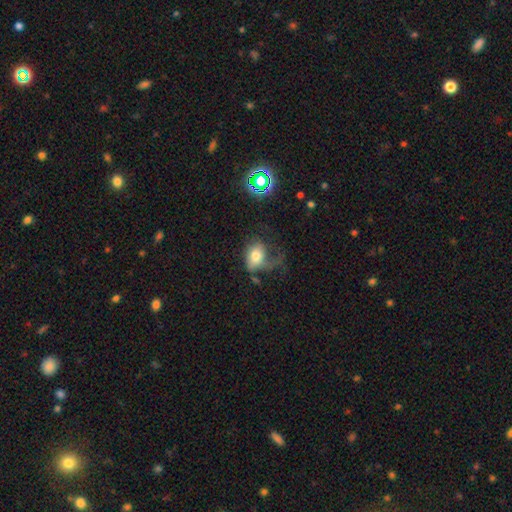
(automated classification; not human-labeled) Smooth or featured?
  - smooth: 67% *
  - featured or disk: 22%
  - star or artifact: 11%
How rounded?
  - in between: 73% *
  - round: 26%
  - cigar-shaped: 2%
Merging?
  - major disturbance: 45% *
  - none: 26%
  - minor disturbance: 24%
  - merger: 5%